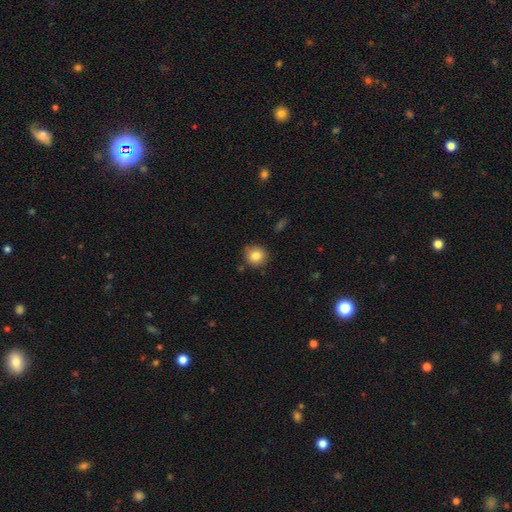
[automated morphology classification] A smooth galaxy with no disk features (83%) that is round (91%). Merging: none (86%).